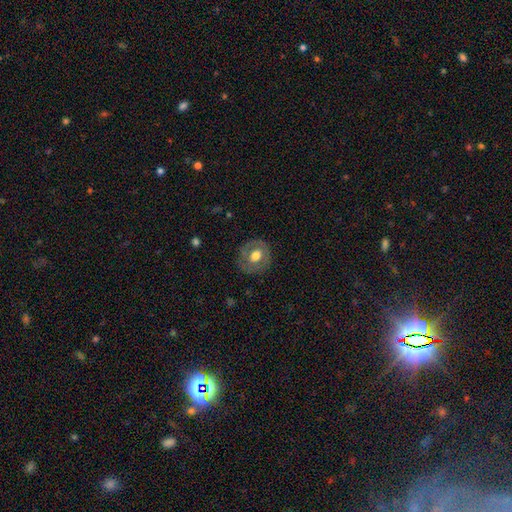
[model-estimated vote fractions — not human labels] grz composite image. It shows a smooth galaxy with no disk features (51%) that is round (80%). Merging: none (81%).